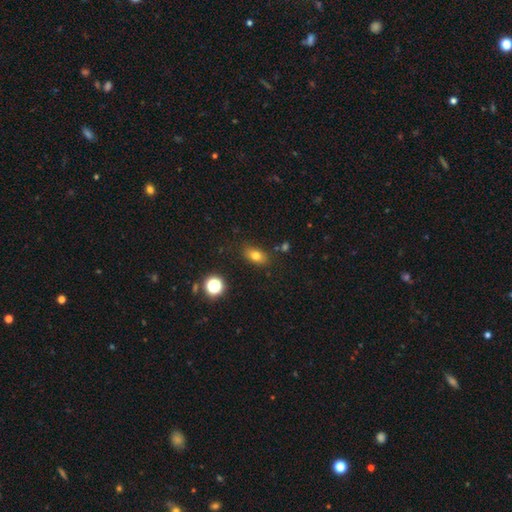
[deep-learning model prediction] smooth 76%, star or artifact 13%, featured or disk 11%. Down the decision tree: how rounded — in between (80%); merging — none (82%).